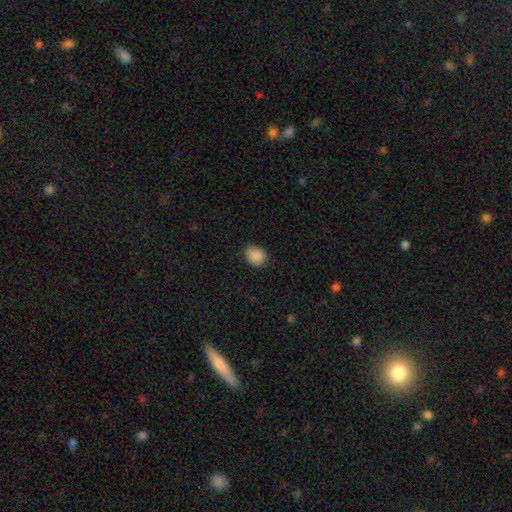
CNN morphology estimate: This appears to be a smooth galaxy with no disk features (88%) that is round (51%). Merging: none (77%).